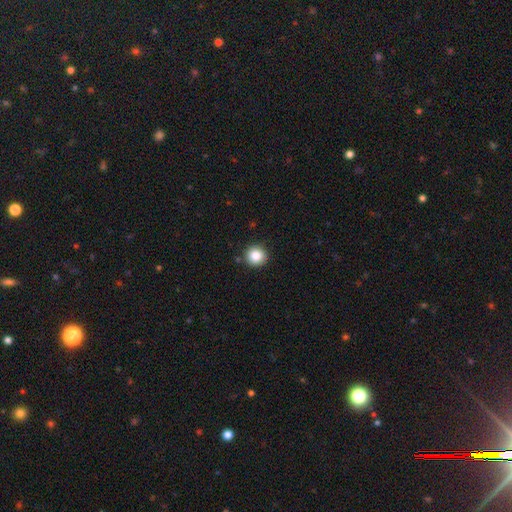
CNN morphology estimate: Smooth or featured?
  - smooth: 86% *
  - star or artifact: 10%
  - featured or disk: 5%
How rounded?
  - round: 94% *
  - in between: 5%
  - cigar-shaped: 1%
Merging?
  - none: 89% *
  - minor disturbance: 7%
  - major disturbance: 2%
  - merger: 2%